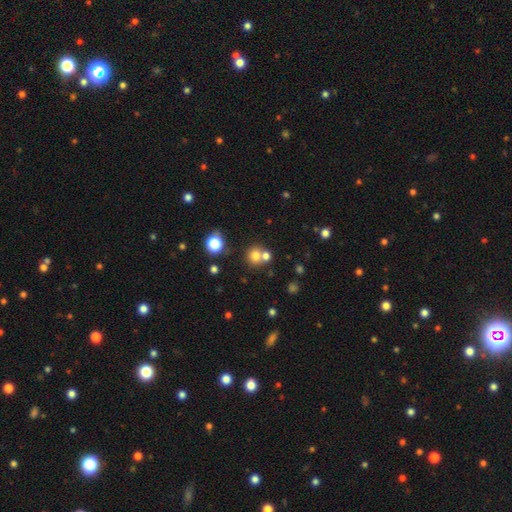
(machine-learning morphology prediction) Smooth or featured? Predicted: smooth (p=0.74). How rounded? Predicted: round (p=0.86). Merging? Predicted: none (p=0.54).